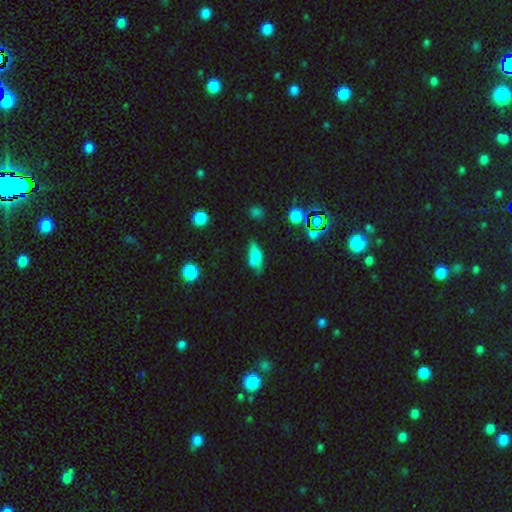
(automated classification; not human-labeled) Smooth or featured? Predicted: smooth (p=0.64). How rounded? Predicted: in between (p=0.75). Merging? Predicted: none (p=0.50).